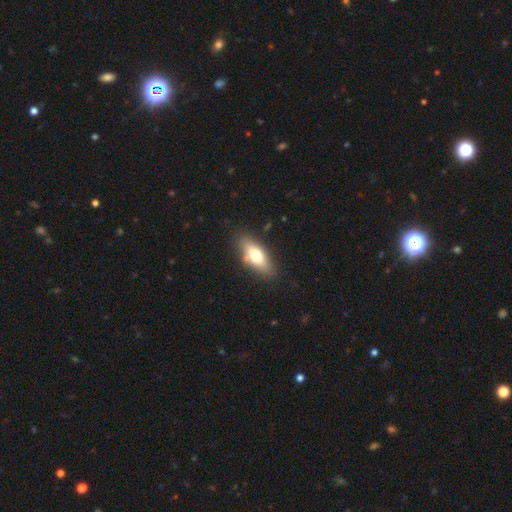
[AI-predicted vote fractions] Q: Smooth or featured?
A: smooth (68%); runner-up: featured or disk (25%)
Q: How rounded?
A: in between (77%); runner-up: cigar-shaped (19%)
Q: Merging?
A: none (81%); runner-up: minor disturbance (13%)